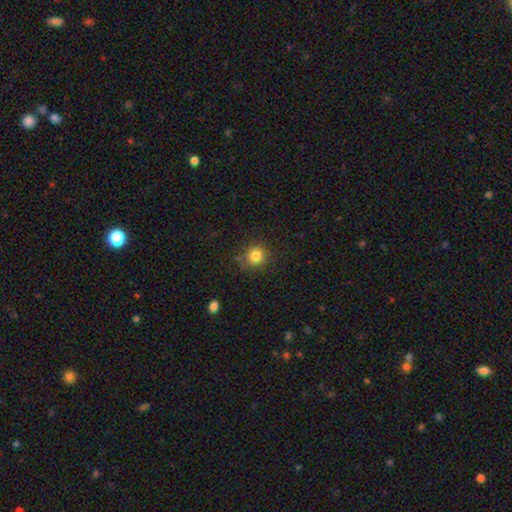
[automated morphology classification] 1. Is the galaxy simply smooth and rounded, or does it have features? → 82% smooth, 12% star or artifact, 6% featured or disk.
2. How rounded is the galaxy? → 89% round, 11% in between, 1% cigar-shaped.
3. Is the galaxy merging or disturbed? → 81% none, 13% minor disturbance, 4% major disturbance, 3% merger.